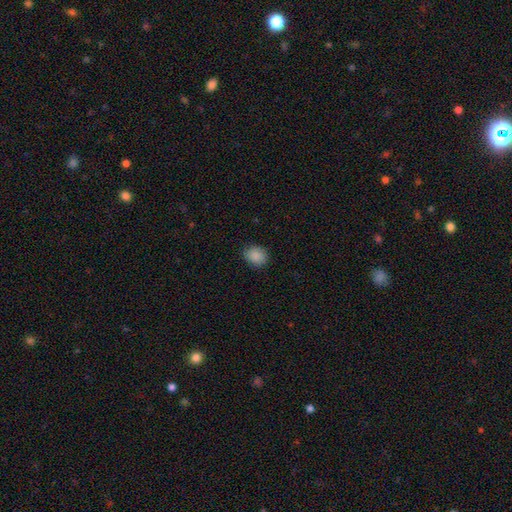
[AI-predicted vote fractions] This is clearly a smooth galaxy (88%). How rounded: possibly round (58%). Merging: clearly none (83%).